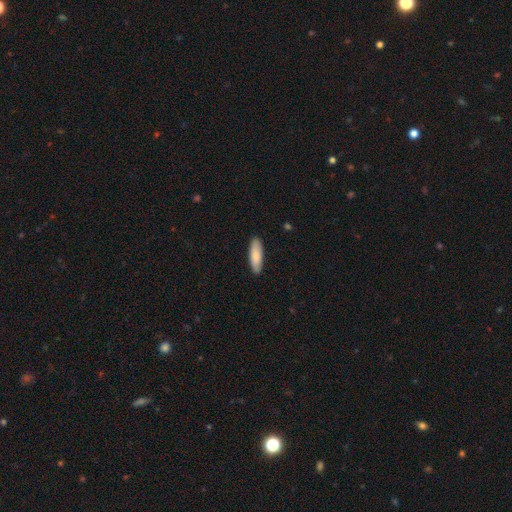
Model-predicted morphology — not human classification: Q: Smooth or featured?
A: smooth (84%); runner-up: featured or disk (11%)
Q: How rounded?
A: cigar-shaped (51%); runner-up: in between (47%)
Q: Merging?
A: none (89%); runner-up: minor disturbance (9%)